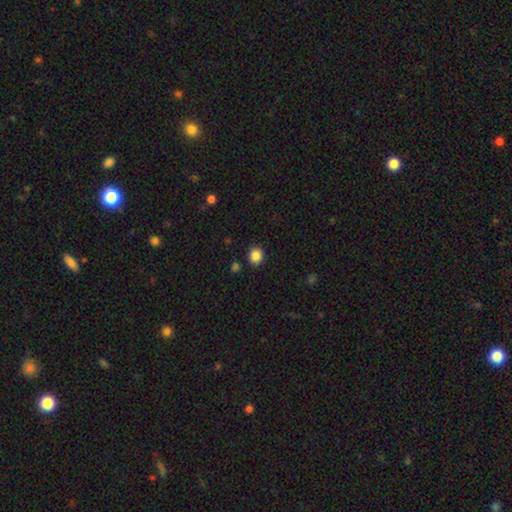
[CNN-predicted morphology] smooth-or-featured: smooth: 86% | star or artifact: 10% | featured or disk: 4%
  how-rounded: round: 76% | in between: 23% | cigar-shaped: 1%
  merging: none: 88% | minor disturbance: 7% | merger: 2% | major disturbance: 2%